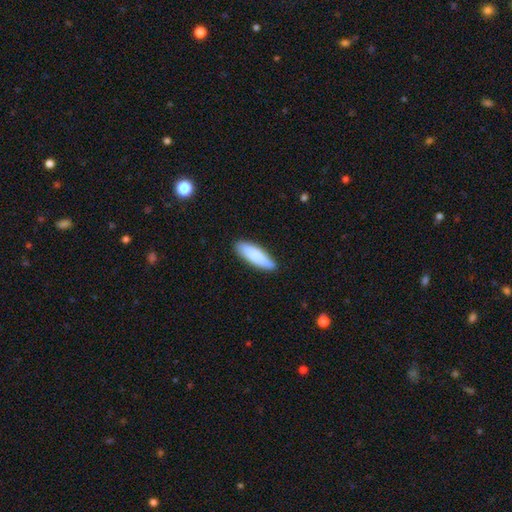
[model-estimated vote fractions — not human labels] smooth-or-featured: smooth: 82% | featured or disk: 13% | star or artifact: 5%
  how-rounded: cigar-shaped: 61% | in between: 38% | round: 1%
  merging: none: 85% | minor disturbance: 12% | major disturbance: 2% | merger: 1%